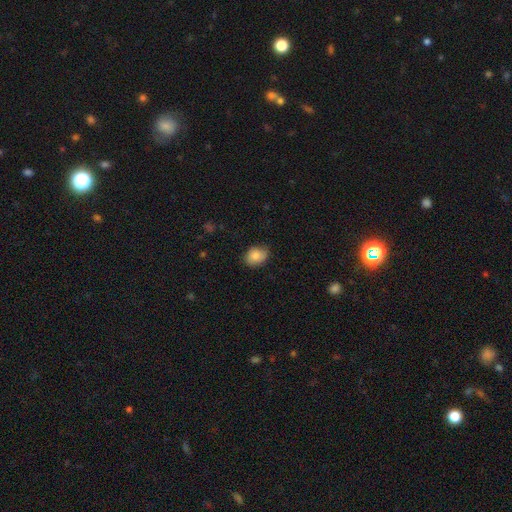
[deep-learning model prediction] Morphology: type=smooth (81%); roundness=in between (60%); merging=none (70%).